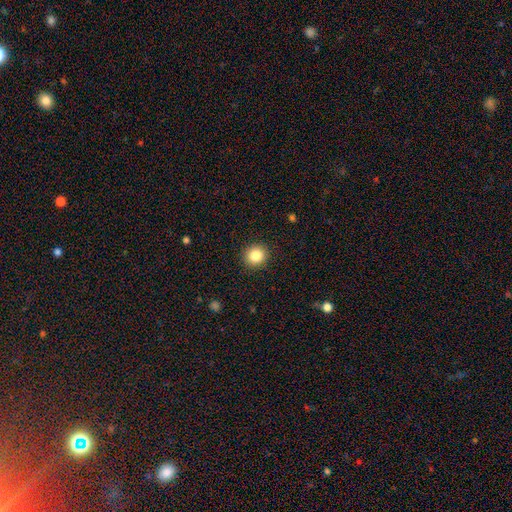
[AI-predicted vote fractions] Q: Smooth or featured?
A: smooth (84%); runner-up: star or artifact (10%)
Q: How rounded?
A: round (91%); runner-up: in between (8%)
Q: Merging?
A: none (92%); runner-up: minor disturbance (5%)